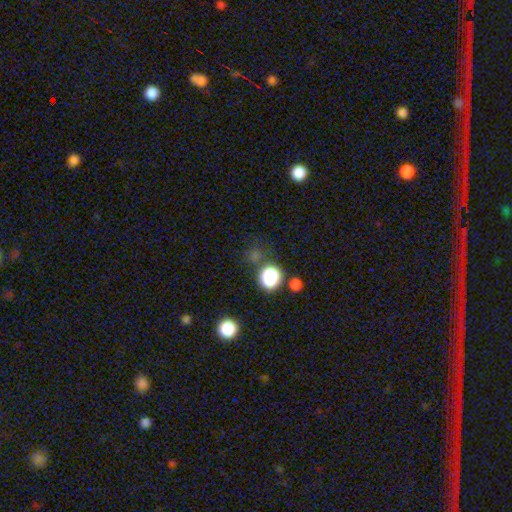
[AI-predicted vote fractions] smooth-or-featured: smooth: 71% | star or artifact: 25% | featured or disk: 5%
  how-rounded: round: 82% | in between: 17% | cigar-shaped: 1%
  merging: none: 76% | minor disturbance: 11% | merger: 8% | major disturbance: 5%